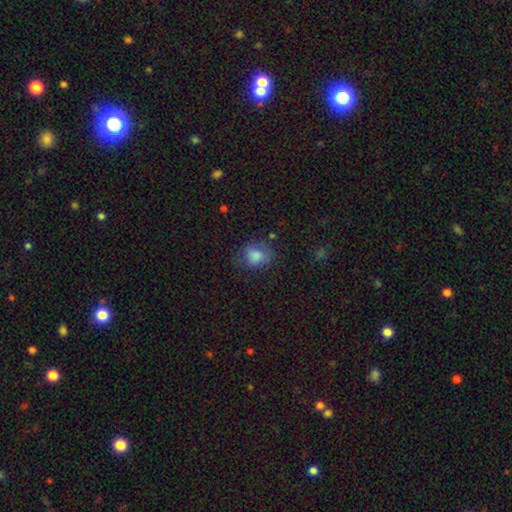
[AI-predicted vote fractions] A smooth galaxy with no disk features (80%) that is in between round and cigar-shaped (51%). Merging: none (62%).